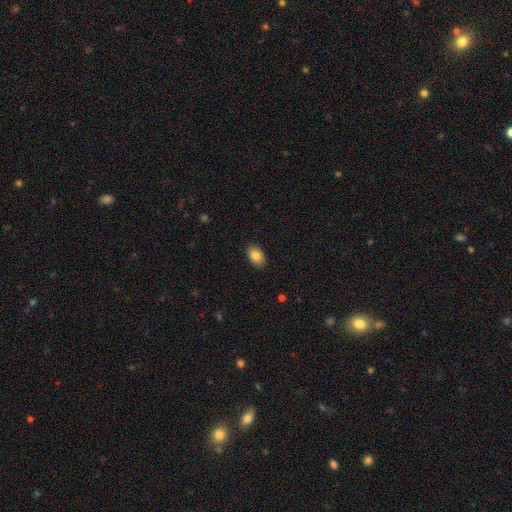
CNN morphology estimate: This appears to be a smooth galaxy with no disk features (85%) that is in between round and cigar-shaped (86%). Merging: none (89%).